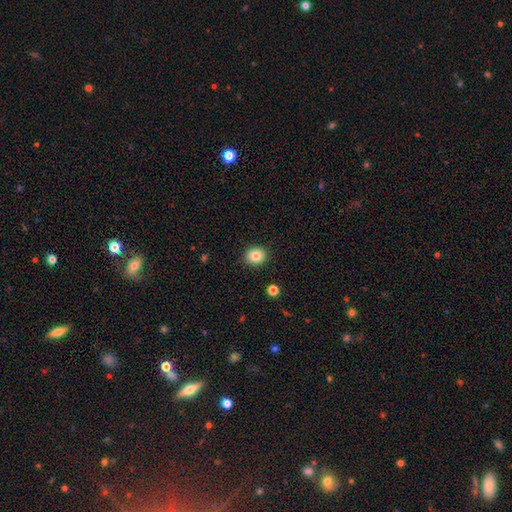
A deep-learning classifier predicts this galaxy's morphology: The model was most divided on "how rounded": round: 79%, in between: 20%, cigar-shaped: 1%. More confident: merging — none (89%); smooth or featured — smooth (83%).